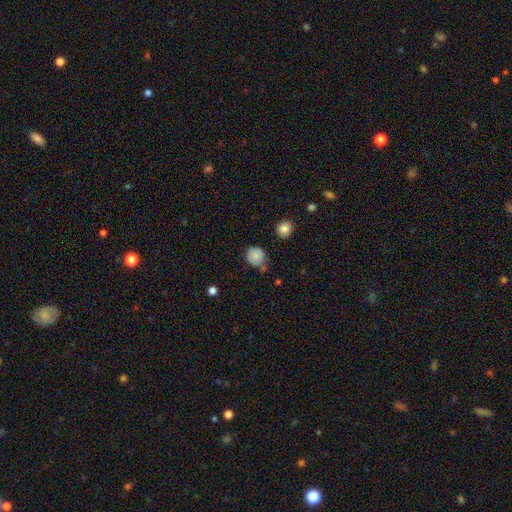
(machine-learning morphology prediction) This is clearly a smooth galaxy (81%). How rounded: clearly round (86%). Merging: likely none (69%).